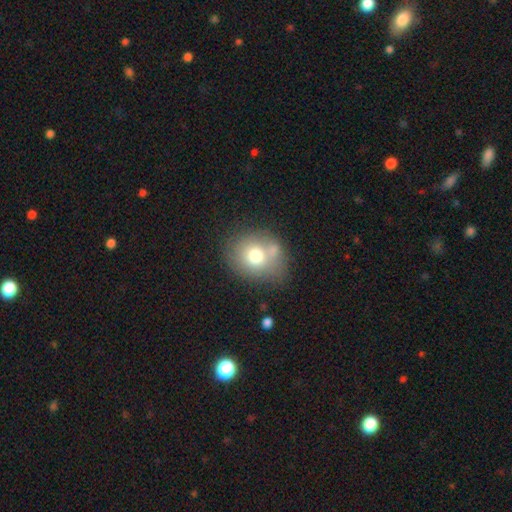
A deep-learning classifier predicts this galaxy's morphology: This is likely a smooth galaxy (71%). How rounded: likely round (71%). Merging: likely none (60%).